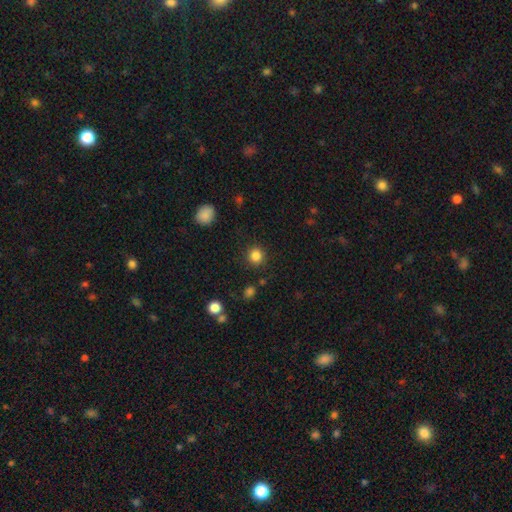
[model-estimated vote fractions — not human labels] Smooth or featured? Predicted: smooth (p=0.84). How rounded? Predicted: round (p=0.92). Merging? Predicted: none (p=0.89).